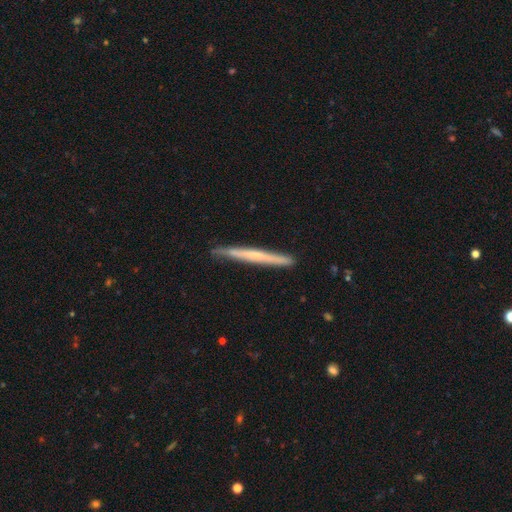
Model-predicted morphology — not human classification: Smooth or featured? featured or disk (50%)
Merging? none (89%)